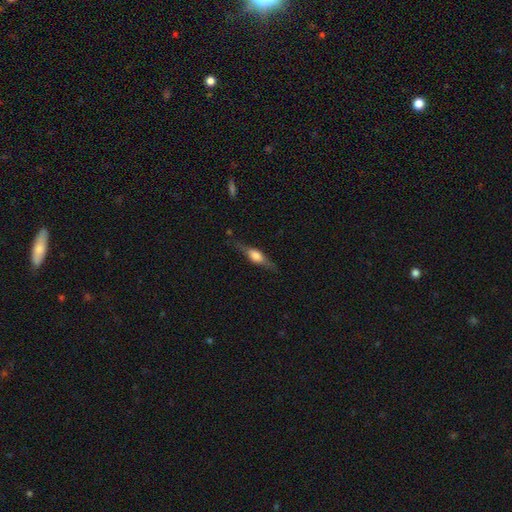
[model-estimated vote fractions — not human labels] featured or disk 63%, smooth 31%, star or artifact 7%. Down the decision tree: edge-on disk — yes (94%); edge-on bulge — rounded (84%); merging — none (80%).